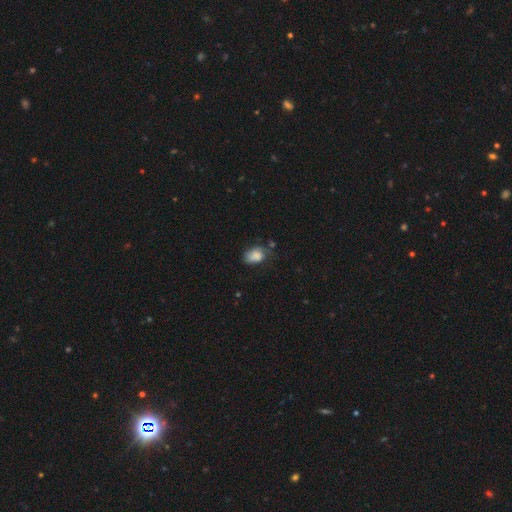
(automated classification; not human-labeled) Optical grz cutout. It shows a smooth galaxy with no disk features (71%) that is in between round and cigar-shaped (82%). Merging: none (43%).